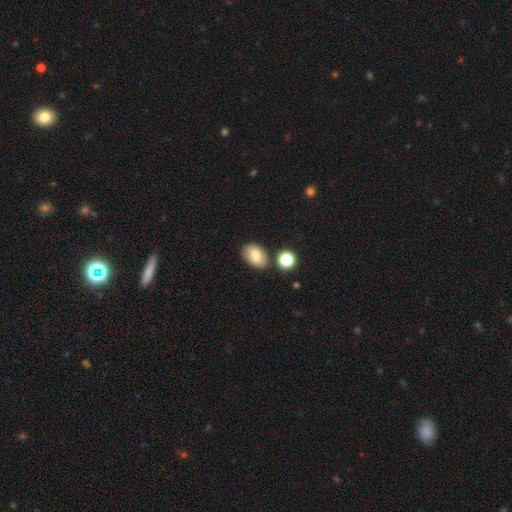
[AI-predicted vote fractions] smooth 83%, featured or disk 9%, star or artifact 8%. Down the decision tree: how rounded — in between (87%); merging — none (77%).